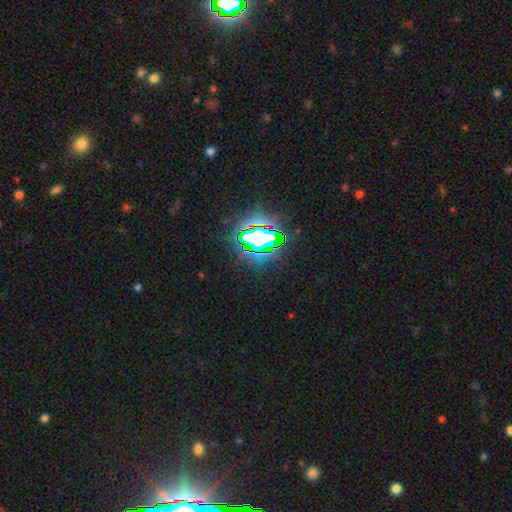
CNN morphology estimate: The model was most divided on "smooth or featured": star or artifact: 84%, smooth: 9%, featured or disk: 7%.